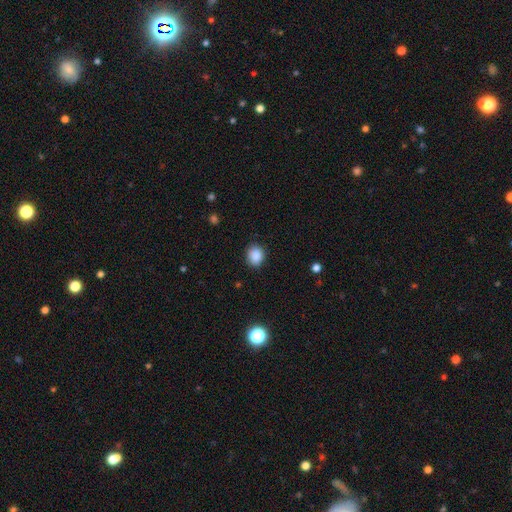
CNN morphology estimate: Smooth or featured?
  - smooth: 87% *
  - star or artifact: 9%
  - featured or disk: 4%
How rounded?
  - round: 62% *
  - in between: 37%
  - cigar-shaped: 1%
Merging?
  - none: 86% *
  - minor disturbance: 10%
  - major disturbance: 3%
  - merger: 1%